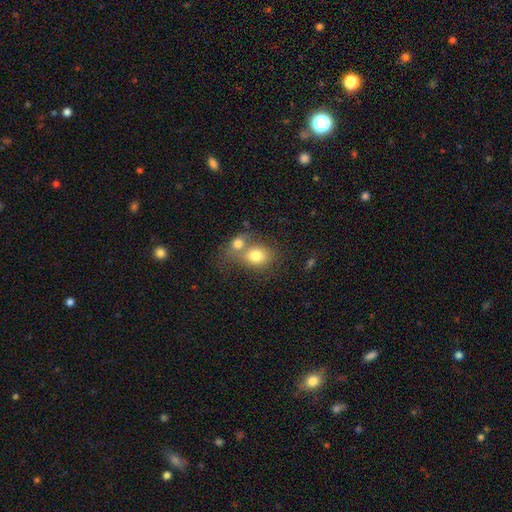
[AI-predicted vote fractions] A smooth galaxy with no disk features (77%) that is round (51%). Merging: merger (56%).